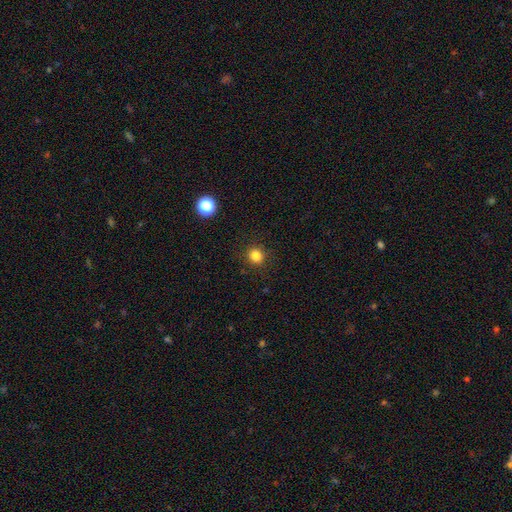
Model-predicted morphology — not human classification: Smooth or featured?
  - smooth: 83% *
  - star or artifact: 13%
  - featured or disk: 4%
How rounded?
  - round: 89% *
  - in between: 10%
  - cigar-shaped: 1%
Merging?
  - none: 91% *
  - minor disturbance: 6%
  - major disturbance: 2%
  - merger: 1%